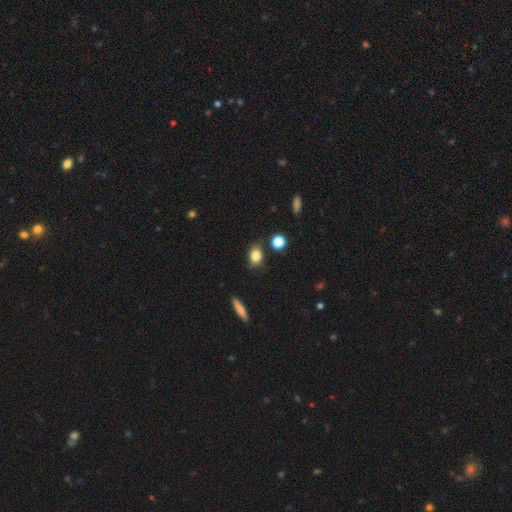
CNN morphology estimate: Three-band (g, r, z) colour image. It shows a smooth galaxy with no disk features (83%) that is in between round and cigar-shaped (68%). Merging: none (78%).